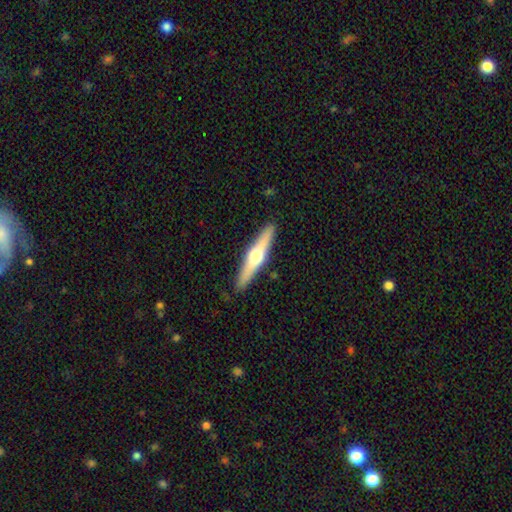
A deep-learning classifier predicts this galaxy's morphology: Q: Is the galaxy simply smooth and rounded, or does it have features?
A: featured or disk — 61%.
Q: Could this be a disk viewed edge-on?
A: yes — 96%.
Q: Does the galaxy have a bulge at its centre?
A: rounded — 94%.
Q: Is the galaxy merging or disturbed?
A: none — 90%.